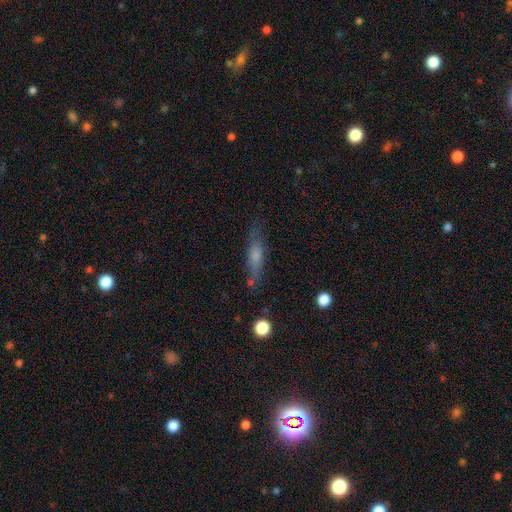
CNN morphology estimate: This appears to be a smooth galaxy with no disk features (55%) that is cigar-shaped (73%). Merging: none (70%).